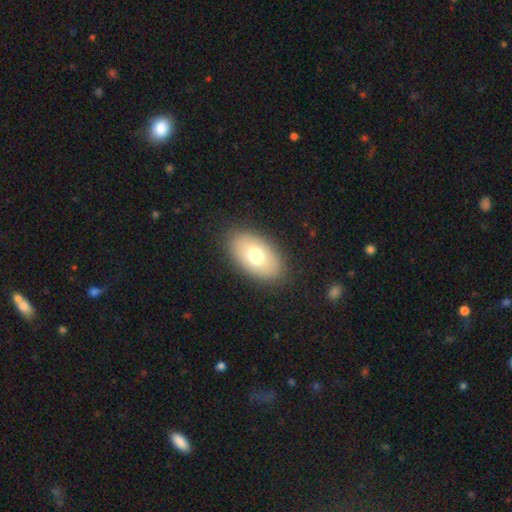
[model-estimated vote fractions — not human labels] Smooth or featured?
  - smooth: 69% *
  - featured or disk: 22%
  - star or artifact: 9%
How rounded?
  - in between: 91% *
  - round: 7%
  - cigar-shaped: 2%
Merging?
  - none: 88% *
  - minor disturbance: 8%
  - major disturbance: 3%
  - merger: 1%